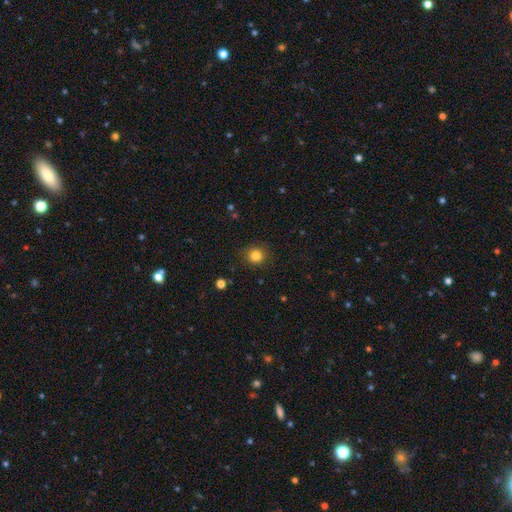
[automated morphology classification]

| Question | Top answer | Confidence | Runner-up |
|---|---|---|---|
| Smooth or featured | smooth | 83% | star or artifact (12%) |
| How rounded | round | 88% | in between (11%) |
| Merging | none | 86% | minor disturbance (10%) |